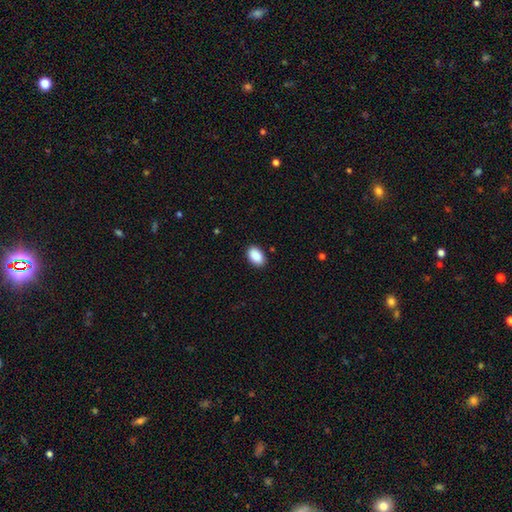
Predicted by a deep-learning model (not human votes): Smooth or featured: smooth — 90% (star or artifact — 7%)
How rounded: in between — 90% (round — 9%)
Merging: none — 89% (minor disturbance — 8%)